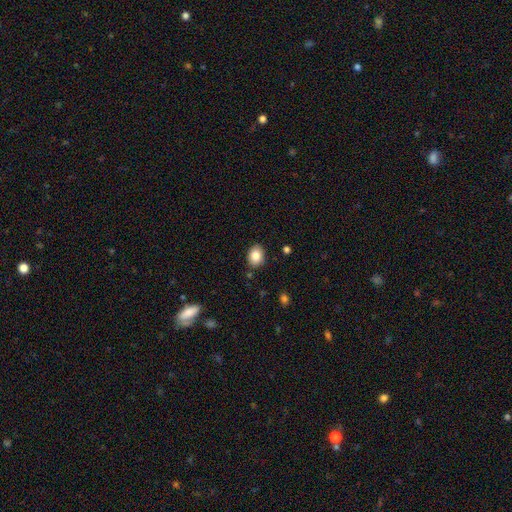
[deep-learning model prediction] Smooth or featured?
  - smooth: 84% *
  - star or artifact: 8%
  - featured or disk: 7%
How rounded?
  - in between: 64% *
  - round: 35%
  - cigar-shaped: 1%
Merging?
  - none: 86% *
  - minor disturbance: 10%
  - major disturbance: 2%
  - merger: 2%